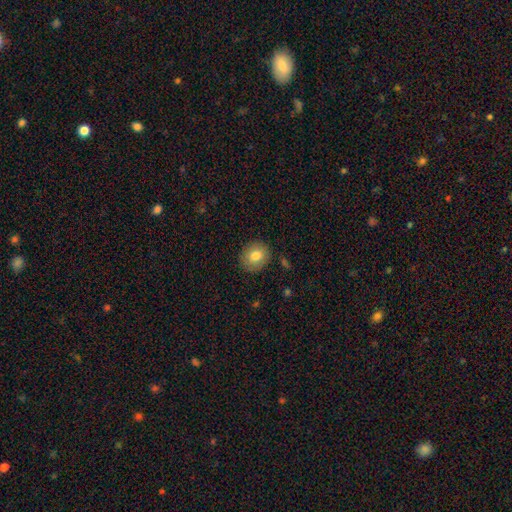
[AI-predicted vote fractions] A smooth galaxy with no disk features (79%) that is round (74%).

Vote fractions:
- Smooth or featured? smooth: 79% / featured or disk: 12% / star or artifact: 9%
- How rounded? round: 74% / in between: 25% / cigar-shaped: 1%
- Merging? none: 87% / minor disturbance: 9% / major disturbance: 2% / merger: 1%